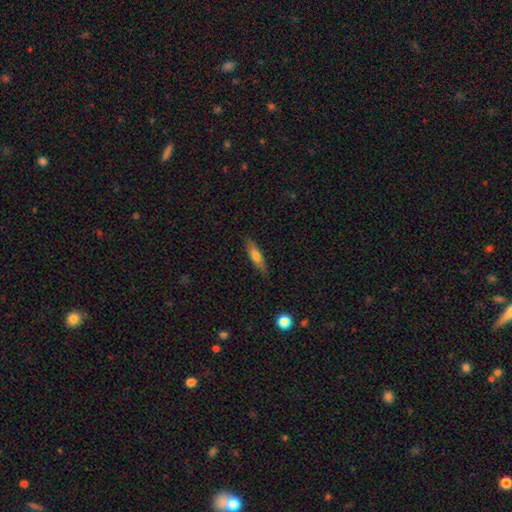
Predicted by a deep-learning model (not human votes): The model was most divided on "how rounded": cigar-shaped: 66%, in between: 32%, round: 2%. More confident: merging — none (84%); smooth or featured — smooth (66%).